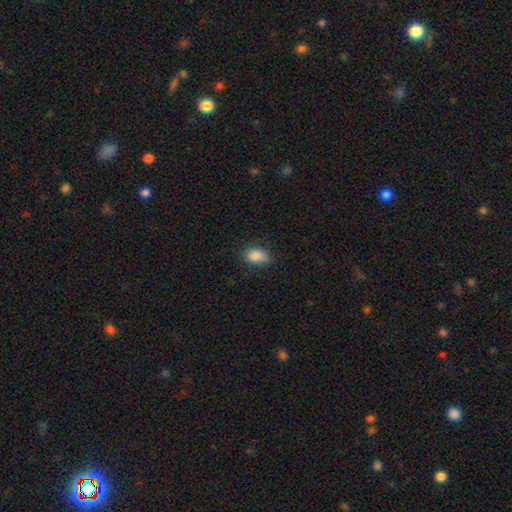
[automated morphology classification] Smooth or featured? Predicted: smooth (p=0.87). How rounded? Predicted: in between (p=0.87). Merging? Predicted: none (p=0.73).